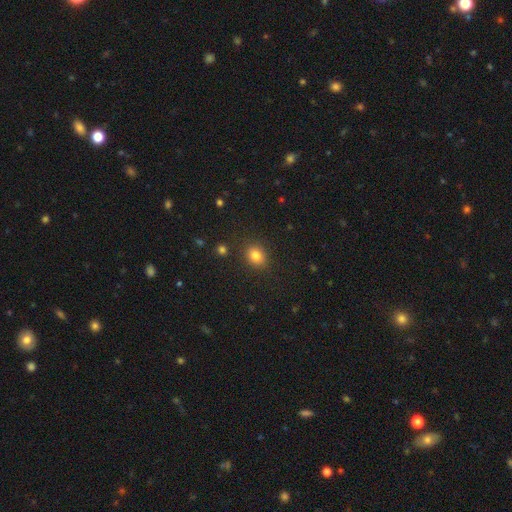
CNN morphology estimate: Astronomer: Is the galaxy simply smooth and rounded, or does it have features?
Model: smooth — 82%.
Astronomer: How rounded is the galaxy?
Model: round — 51% (runner-up: in between, 48%).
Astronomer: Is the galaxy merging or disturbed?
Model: none — 86%.